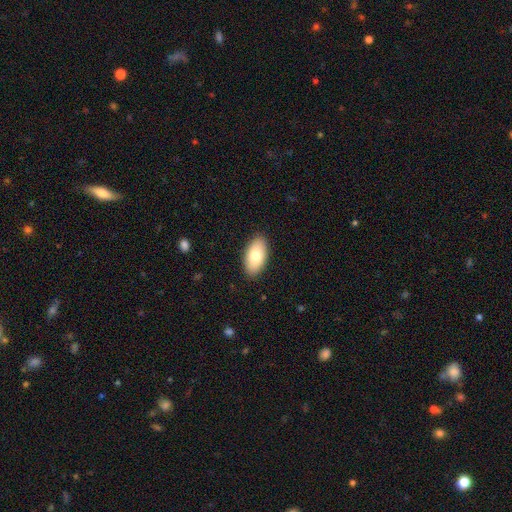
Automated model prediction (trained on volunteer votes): Q: Smooth or featured?
A: smooth (78%); runner-up: featured or disk (16%)
Q: How rounded?
A: in between (95%); runner-up: round (3%)
Q: Merging?
A: none (89%); runner-up: minor disturbance (9%)